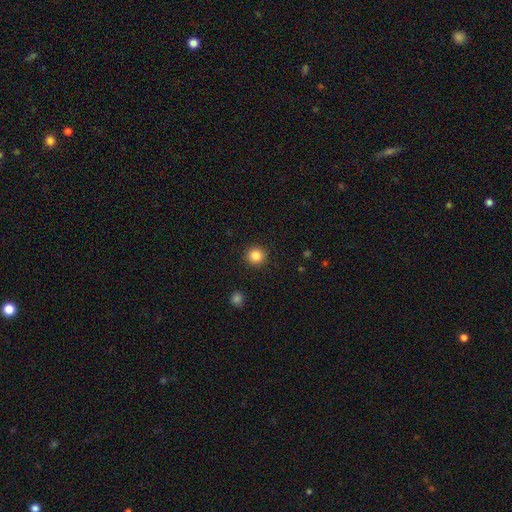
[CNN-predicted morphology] Smooth or featured: smooth — 85% (star or artifact — 11%)
How rounded: round — 94% (in between — 5%)
Merging: none — 92% (minor disturbance — 5%)